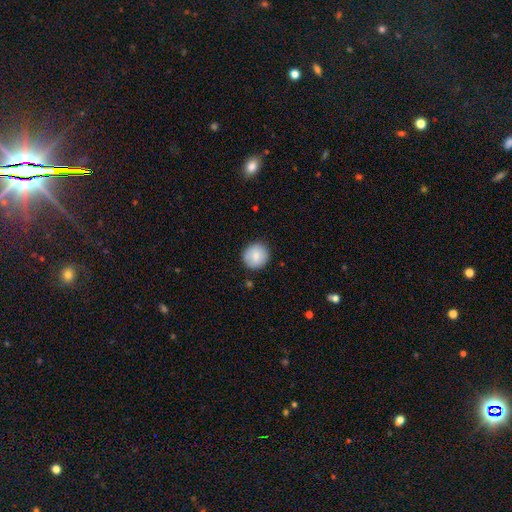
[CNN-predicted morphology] Smooth or featured: smooth — 81% (featured or disk — 12%)
How rounded: round — 89% (in between — 10%)
Merging: none — 88% (minor disturbance — 9%)